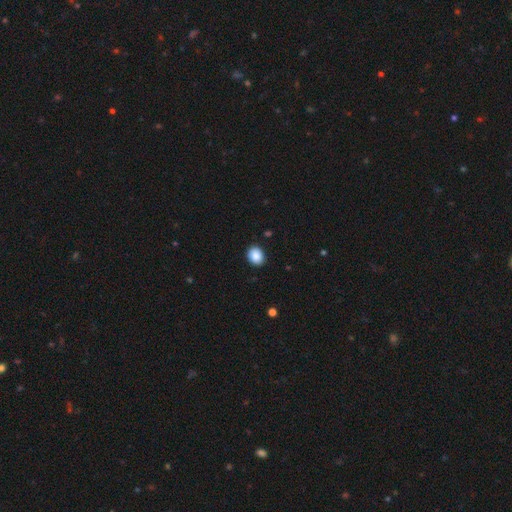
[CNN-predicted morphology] smooth_or_featured: smooth (p=0.88) [alt: star or artifact p=0.08]
how_rounded: round (p=0.53) [alt: in between p=0.46]
merging: none (p=0.88) [alt: minor disturbance p=0.09]